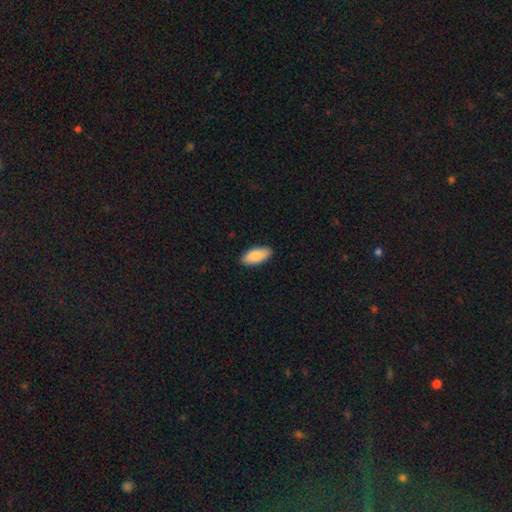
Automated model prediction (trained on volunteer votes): Smooth or featured: smooth — 87% (featured or disk — 7%)
How rounded: in between — 90% (cigar-shaped — 9%)
Merging: none — 89% (minor disturbance — 8%)